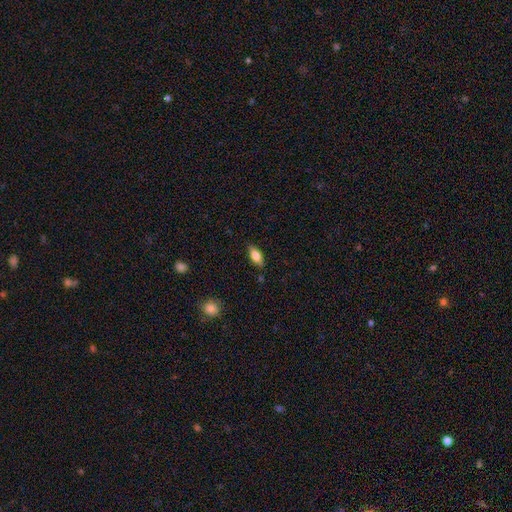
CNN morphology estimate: This appears to be a smooth galaxy with no disk features (74%) that is in between round and cigar-shaped (82%). Merging: none (84%).